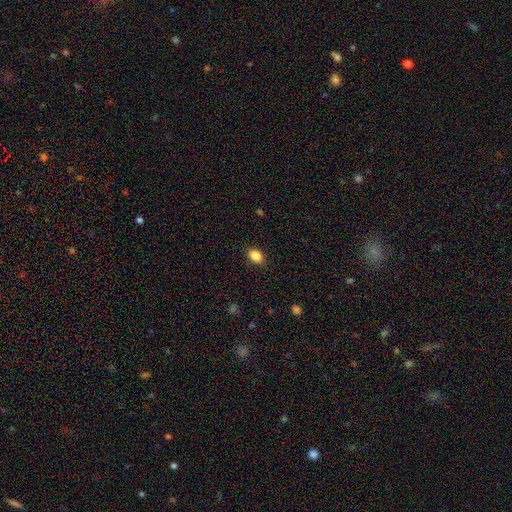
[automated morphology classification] type=smooth (87%); roundness=in between (81%); merging=none (88%).